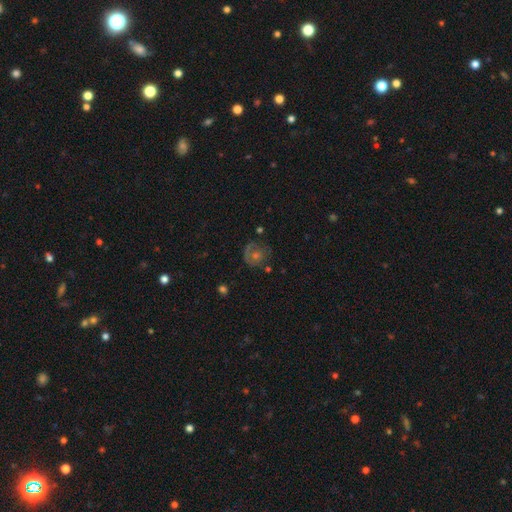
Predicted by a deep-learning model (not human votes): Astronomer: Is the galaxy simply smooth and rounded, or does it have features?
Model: featured or disk — 55%.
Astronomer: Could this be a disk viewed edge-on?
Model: no — 97%.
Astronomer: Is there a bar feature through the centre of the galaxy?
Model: no — 82%.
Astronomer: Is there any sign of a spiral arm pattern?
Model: yes — 68%.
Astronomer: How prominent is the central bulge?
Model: moderate — 52% (runner-up: small, 36%).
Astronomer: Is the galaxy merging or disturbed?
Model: none — 68%.